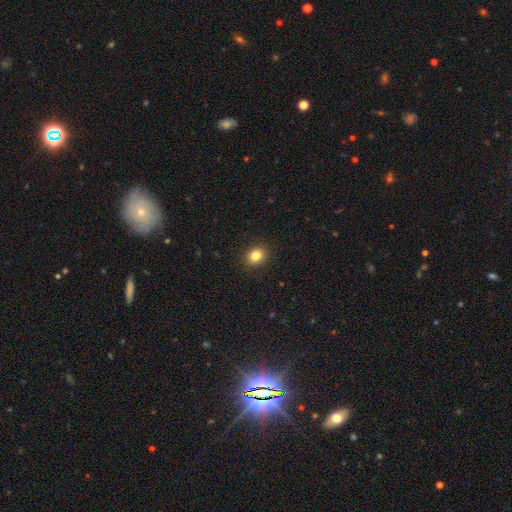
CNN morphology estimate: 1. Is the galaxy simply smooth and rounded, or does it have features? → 84% smooth, 11% star or artifact, 6% featured or disk.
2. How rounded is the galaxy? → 60% round, 39% in between, 1% cigar-shaped.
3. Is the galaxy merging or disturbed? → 91% none, 6% minor disturbance, 2% major disturbance, 1% merger.